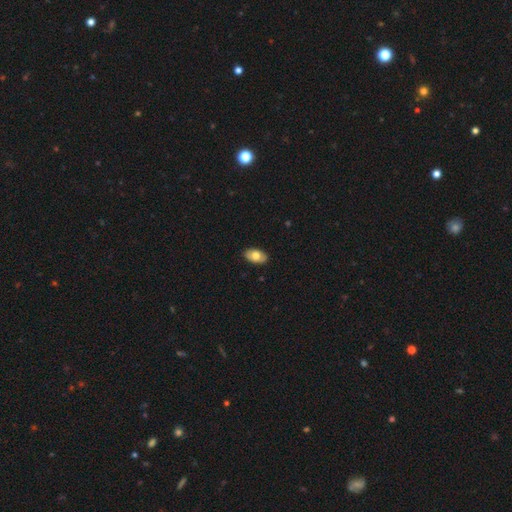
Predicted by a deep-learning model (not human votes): A smooth galaxy with no disk features (71%) that is in between round and cigar-shaped (92%).

Vote fractions:
- Smooth or featured? smooth: 71% / featured or disk: 23% / star or artifact: 6%
- How rounded? in between: 92% / round: 6% / cigar-shaped: 2%
- Merging? none: 88% / minor disturbance: 9% / major disturbance: 2% / merger: 1%